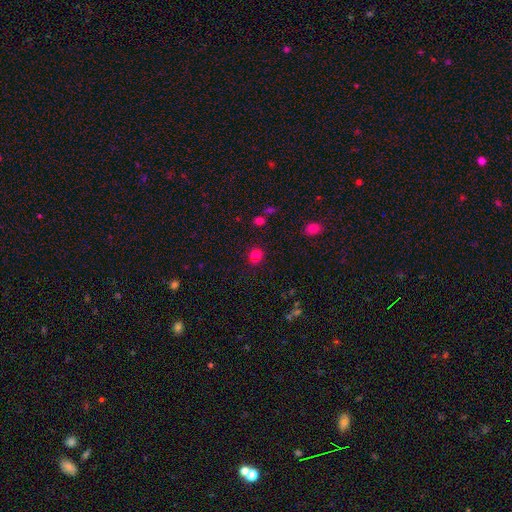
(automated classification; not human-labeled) smooth 79%, star or artifact 16%, featured or disk 6%. Down the decision tree: how rounded — round (87%); merging — none (84%).